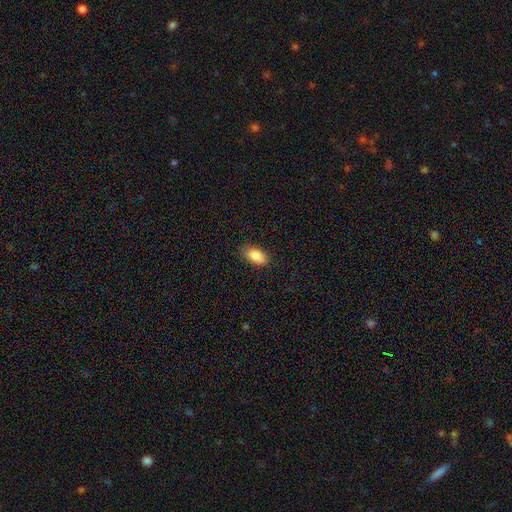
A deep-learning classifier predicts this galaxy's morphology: Smooth or featured? Predicted: smooth (p=0.89). How rounded? Predicted: in between (p=0.93). Merging? Predicted: none (p=0.83).